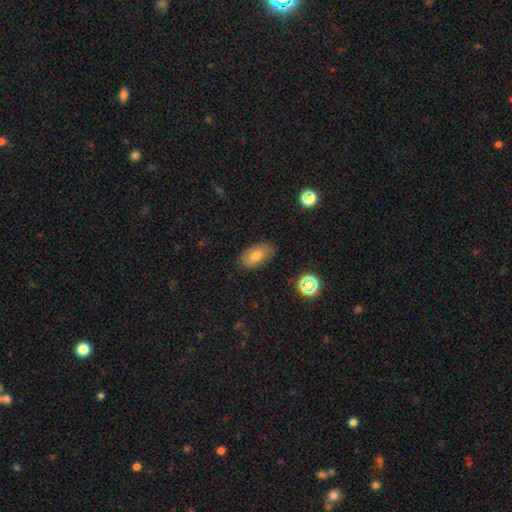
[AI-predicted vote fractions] smooth-or-featured: smooth: 74% | featured or disk: 15% | star or artifact: 10%
  how-rounded: in between: 91% | round: 7% | cigar-shaped: 2%
  merging: none: 81% | minor disturbance: 15% | major disturbance: 3% | merger: 1%